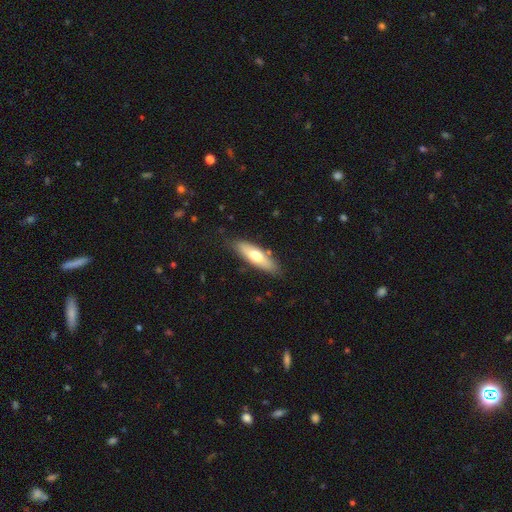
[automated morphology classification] Smooth or featured: smooth — 60% (featured or disk — 34%)
How rounded: in between — 50% (cigar-shaped — 48%)
Merging: none — 82% (minor disturbance — 13%)